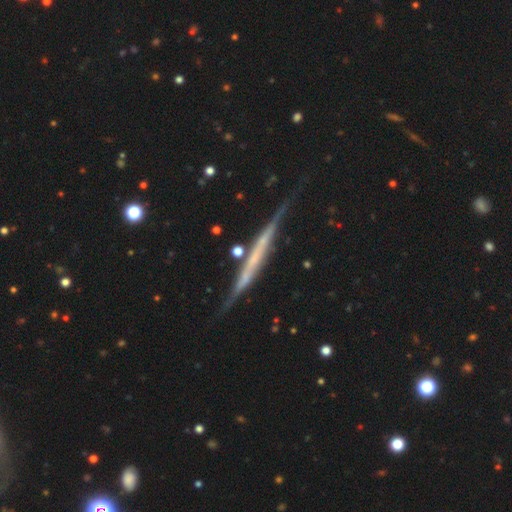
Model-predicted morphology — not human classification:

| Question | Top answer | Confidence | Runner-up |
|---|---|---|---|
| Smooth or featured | featured or disk | 69% | smooth (24%) |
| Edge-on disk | yes | 95% | no (5%) |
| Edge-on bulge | none | 83% | rounded (10%) |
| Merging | none | 71% | minor disturbance (20%) |